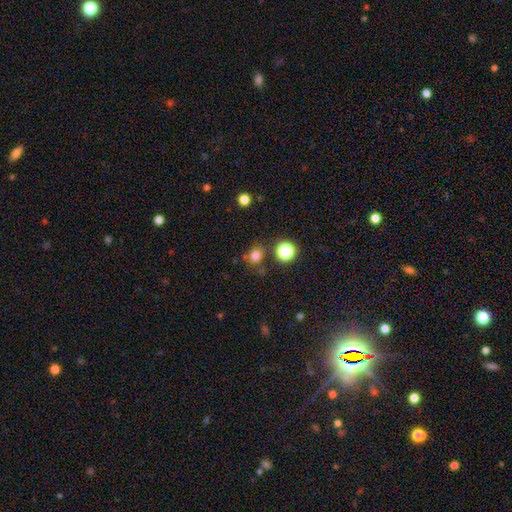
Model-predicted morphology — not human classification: Smooth or featured: smooth — 77% (star or artifact — 17%)
How rounded: round — 75% (in between — 24%)
Merging: none — 77% (minor disturbance — 12%)